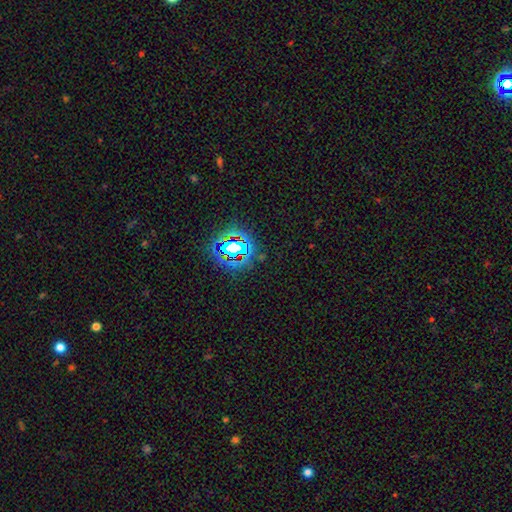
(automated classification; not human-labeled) A star or artifact, not a galaxy (77%).